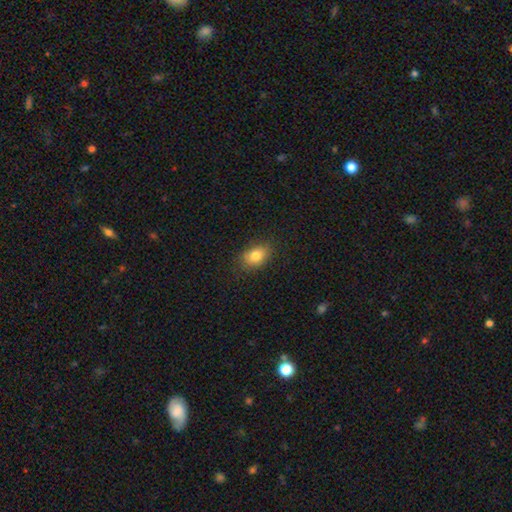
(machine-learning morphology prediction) A smooth galaxy with no disk features (82%) that is in between round and cigar-shaped (79%). Merging: none (83%).